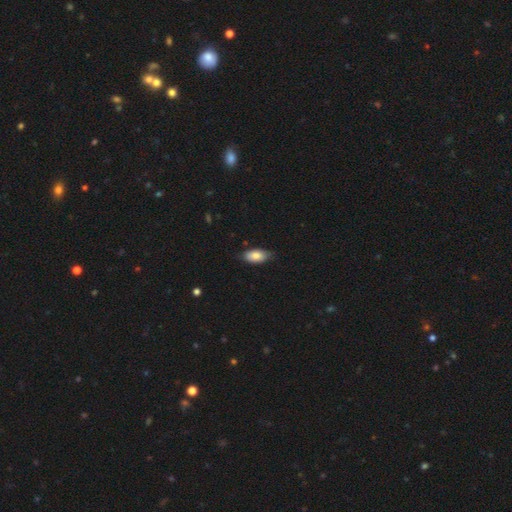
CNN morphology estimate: This appears to be a smooth galaxy with no disk features (83%) that is in between round and cigar-shaped (92%). Merging: none (78%).